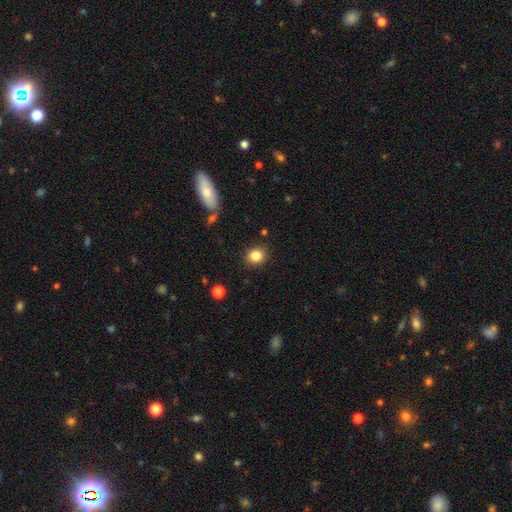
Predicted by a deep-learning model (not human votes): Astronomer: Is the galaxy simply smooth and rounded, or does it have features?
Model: smooth — 84%.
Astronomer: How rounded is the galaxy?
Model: round — 78%.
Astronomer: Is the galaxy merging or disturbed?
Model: none — 88%.